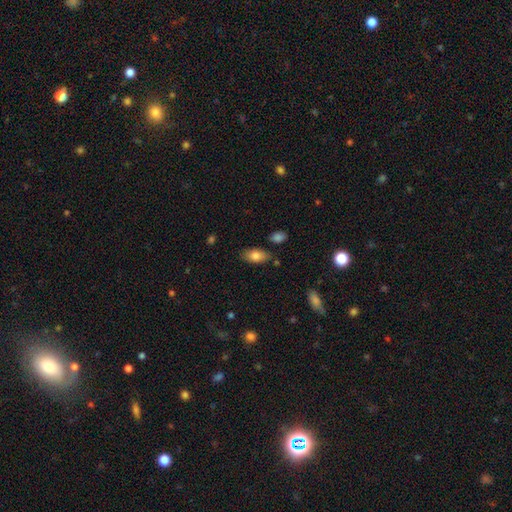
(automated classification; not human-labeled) A smooth galaxy with no disk features (79%) that is in between round and cigar-shaped (90%).

Vote fractions:
- Smooth or featured? smooth: 79% / featured or disk: 13% / star or artifact: 7%
- How rounded? in between: 90% / cigar-shaped: 6% / round: 4%
- Merging? none: 80% / minor disturbance: 13% / merger: 4% / major disturbance: 3%